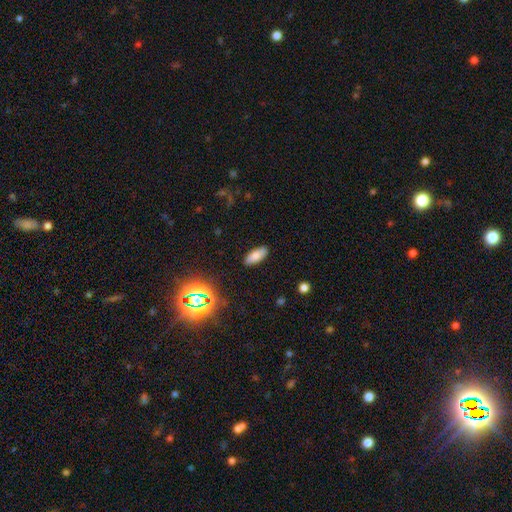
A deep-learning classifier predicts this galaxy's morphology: The model was most divided on "smooth or featured": smooth: 77%, star or artifact: 12%, featured or disk: 11%. More confident: merging — none (88%); how rounded — in between (82%).